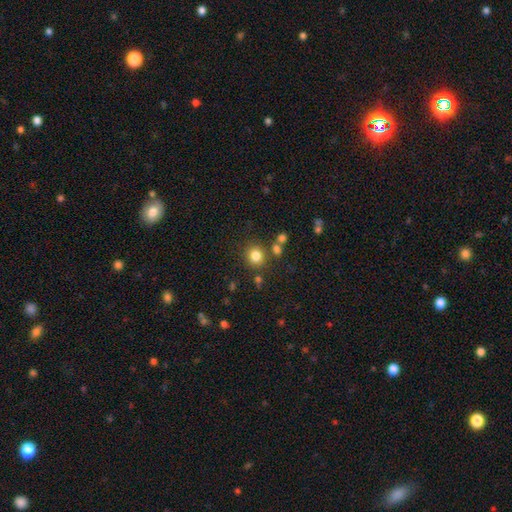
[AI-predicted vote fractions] Smooth or featured: smooth — 81% (star or artifact — 13%)
How rounded: round — 86% (in between — 13%)
Merging: none — 81% (minor disturbance — 8%)